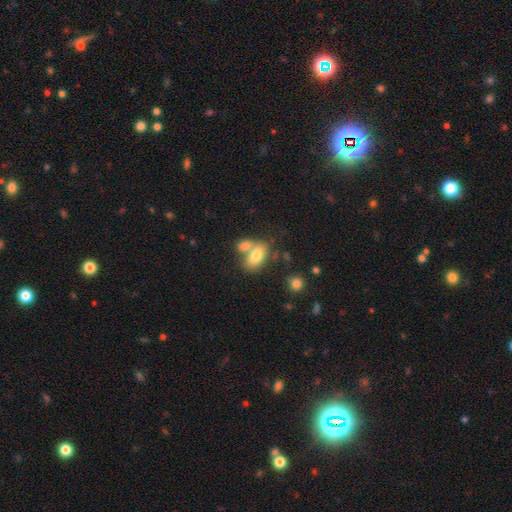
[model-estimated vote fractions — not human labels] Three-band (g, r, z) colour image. It shows a smooth galaxy with no disk features (76%) that is in between round and cigar-shaped (89%). Merging: merger (49%).